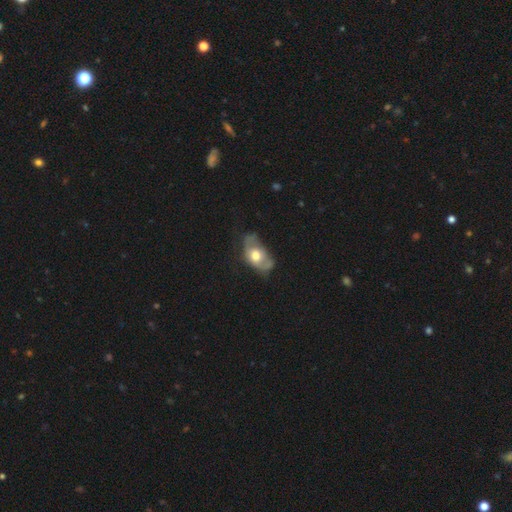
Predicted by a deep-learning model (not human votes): Smooth or featured?
  - smooth: 52% *
  - featured or disk: 40%
  - star or artifact: 7%
How rounded?
  - in between: 85% *
  - round: 12%
  - cigar-shaped: 2%
Merging?
  - minor disturbance: 37% *
  - none: 34%
  - major disturbance: 26%
  - merger: 3%